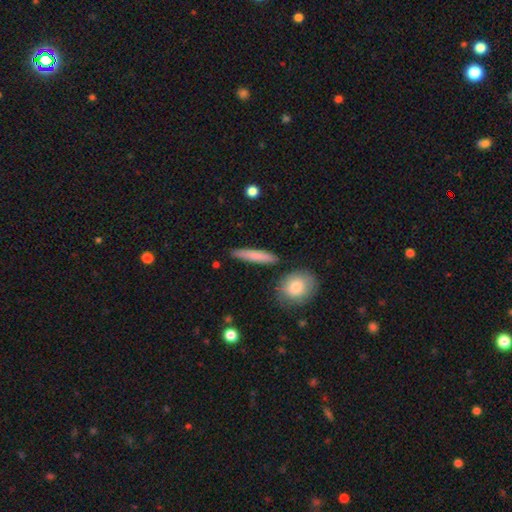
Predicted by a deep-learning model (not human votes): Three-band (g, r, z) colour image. It shows a smooth galaxy with no disk features (77%) that is cigar-shaped (88%). Merging: none (86%).